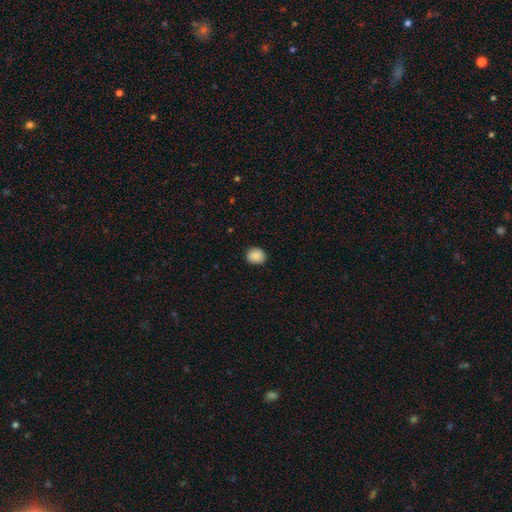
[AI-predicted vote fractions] Smooth or featured?
  - smooth: 89% *
  - star or artifact: 8%
  - featured or disk: 3%
How rounded?
  - round: 71% *
  - in between: 28%
  - cigar-shaped: 1%
Merging?
  - none: 89% *
  - minor disturbance: 8%
  - major disturbance: 2%
  - merger: 1%